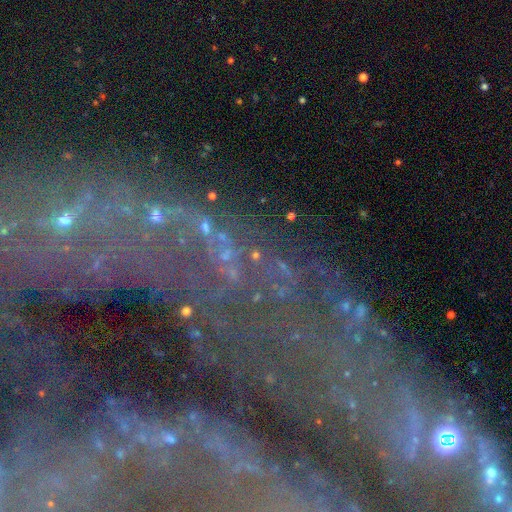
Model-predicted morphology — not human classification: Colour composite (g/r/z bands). It shows a star or artifact, not a galaxy (50%).